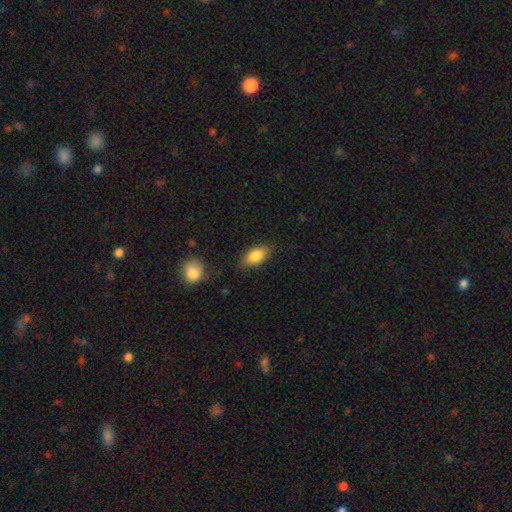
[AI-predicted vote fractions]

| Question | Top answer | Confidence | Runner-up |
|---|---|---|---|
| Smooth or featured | smooth | 81% | featured or disk (12%) |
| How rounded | in between | 87% | cigar-shaped (7%) |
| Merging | none | 77% | minor disturbance (16%) |